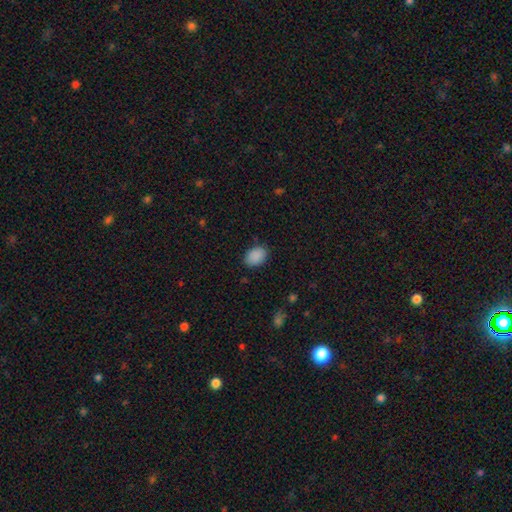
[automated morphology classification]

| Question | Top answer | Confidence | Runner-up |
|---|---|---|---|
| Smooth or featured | smooth | 89% | star or artifact (8%) |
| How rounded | in between | 79% | round (20%) |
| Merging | none | 84% | minor disturbance (12%) |